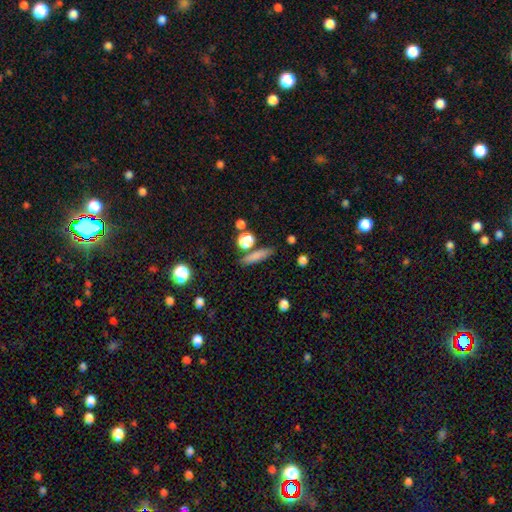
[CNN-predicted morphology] A smooth galaxy with no disk features (76%) that is cigar-shaped (69%). Merging: none (80%).